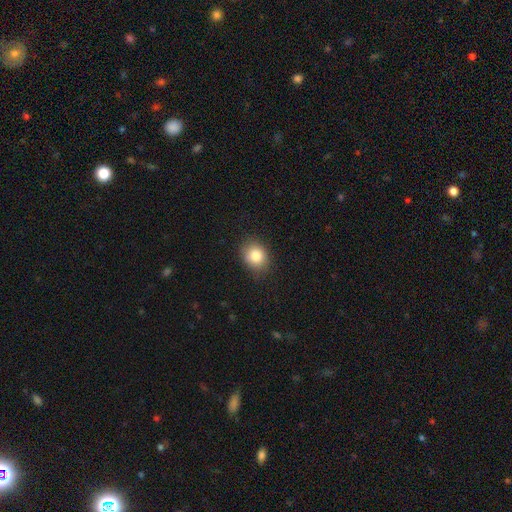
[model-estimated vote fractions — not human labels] This appears to be a smooth galaxy with no disk features (83%) that is round (60%). Merging: none (85%).